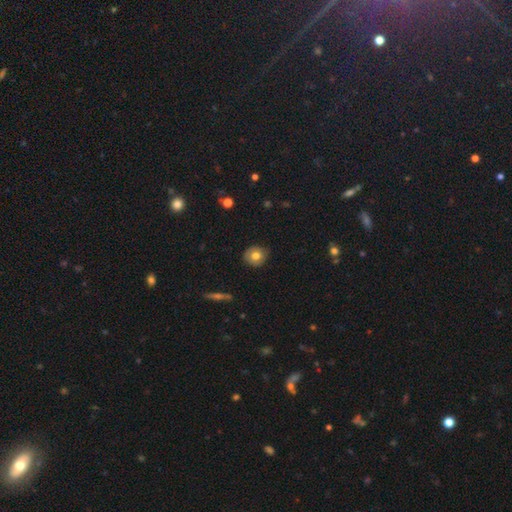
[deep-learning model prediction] This appears to be a smooth galaxy with no disk features (70%) that is round (80%). Merging: none (83%).